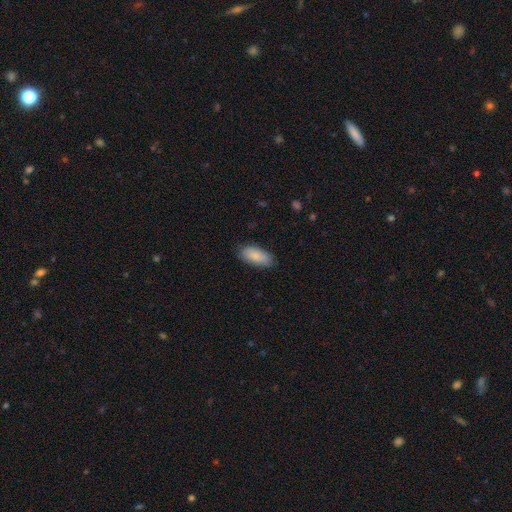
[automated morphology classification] Q: Smooth or featured?
A: smooth (87%); runner-up: featured or disk (7%)
Q: How rounded?
A: in between (89%); runner-up: cigar-shaped (9%)
Q: Merging?
A: none (83%); runner-up: minor disturbance (13%)